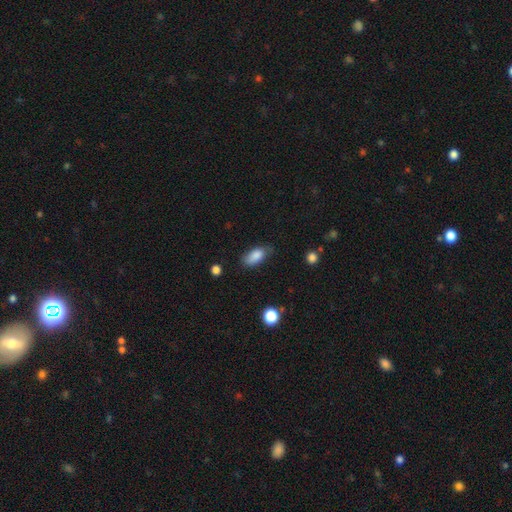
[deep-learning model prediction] Morphology: type=smooth (85%); roundness=in between (88%); merging=none (68%).